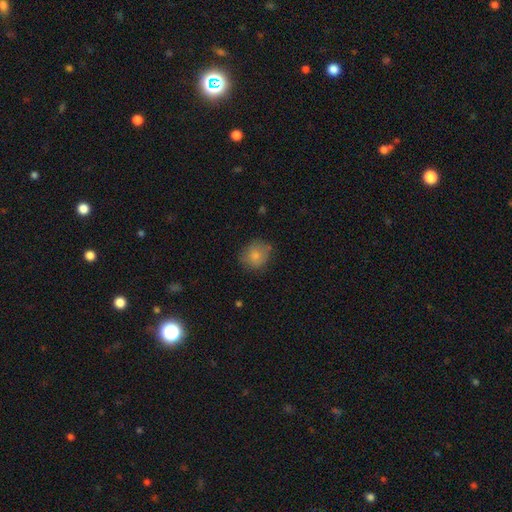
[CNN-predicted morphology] type=smooth (80%); roundness=round (74%); merging=none (68%).